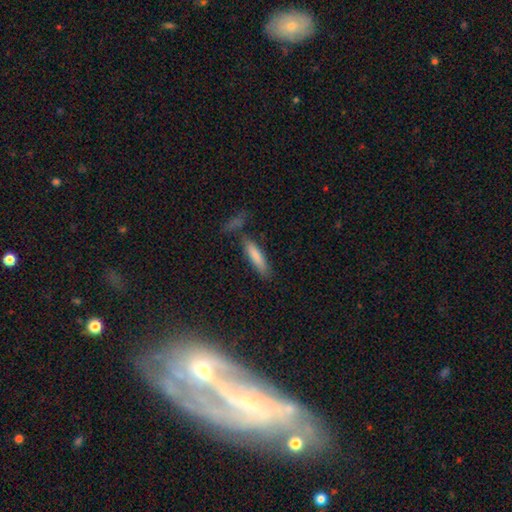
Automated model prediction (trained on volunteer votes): This appears to be a smooth galaxy with no disk features (80%) that is cigar-shaped (74%). Merging: none (69%).